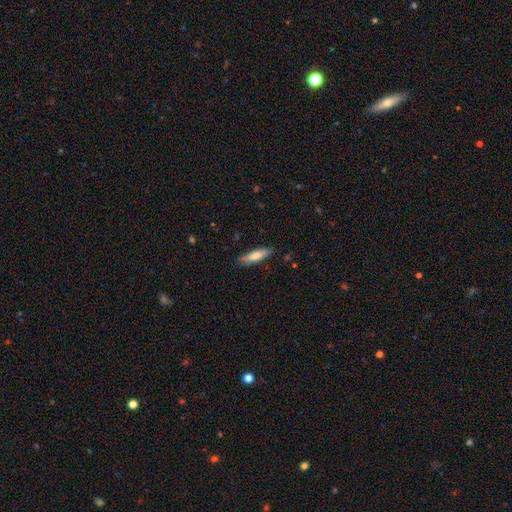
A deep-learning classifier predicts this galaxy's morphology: smooth-or-featured: smooth: 74% | featured or disk: 20% | star or artifact: 6%
  how-rounded: cigar-shaped: 71% | in between: 27% | round: 1%
  merging: none: 85% | minor disturbance: 11% | major disturbance: 2% | merger: 1%